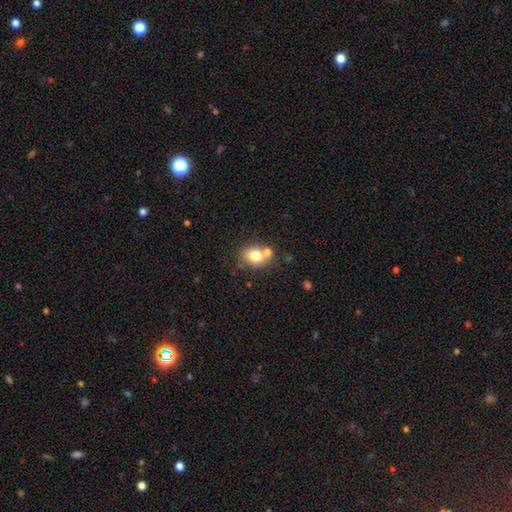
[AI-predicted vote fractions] Overall: smooth (75%). How rounded: round (59%; in between 40%). Merging: none (58%; merger 26%).